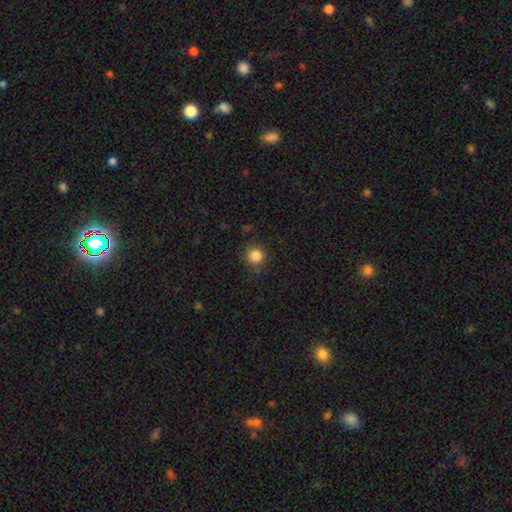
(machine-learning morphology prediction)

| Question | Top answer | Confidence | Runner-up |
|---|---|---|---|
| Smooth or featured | smooth | 85% | star or artifact (11%) |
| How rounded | round | 94% | in between (5%) |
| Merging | none | 85% | minor disturbance (11%) |